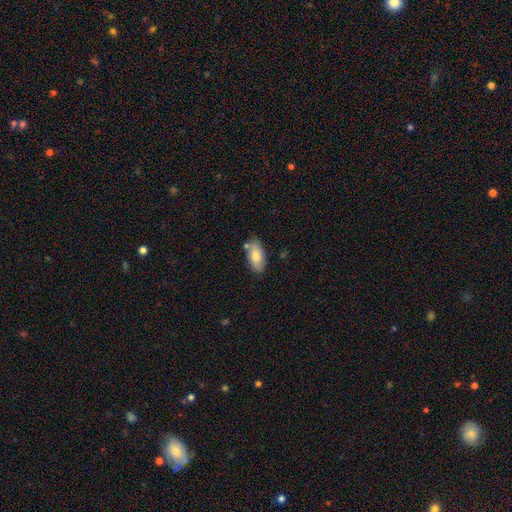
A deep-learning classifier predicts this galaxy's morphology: A smooth galaxy with no disk features (77%) that is in between round and cigar-shaped (91%). Merging: none (76%).